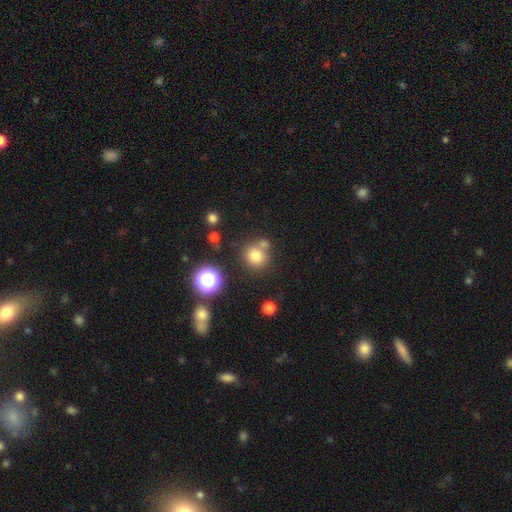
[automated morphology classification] Overall: smooth (77%). How rounded: round (89%). Merging: none (67%).